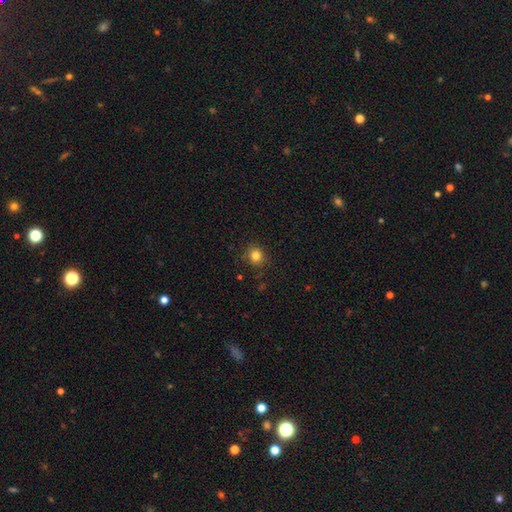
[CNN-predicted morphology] Smooth or featured: smooth — 81% (star or artifact — 13%)
How rounded: round — 84% (in between — 15%)
Merging: none — 86% (minor disturbance — 10%)